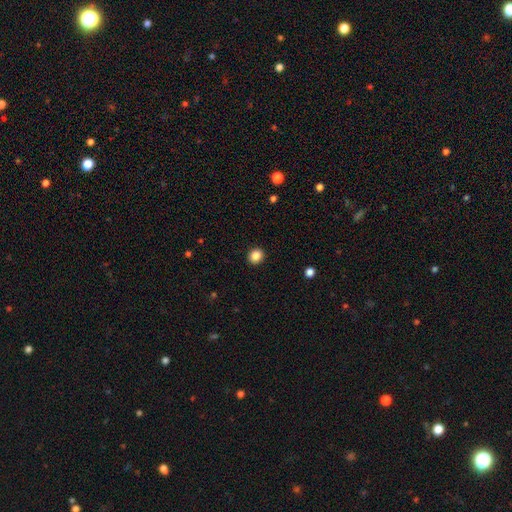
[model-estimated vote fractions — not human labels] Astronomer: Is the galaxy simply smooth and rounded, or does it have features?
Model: smooth — 86%.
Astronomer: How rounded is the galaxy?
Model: round — 80%.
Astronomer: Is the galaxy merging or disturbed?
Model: none — 92%.